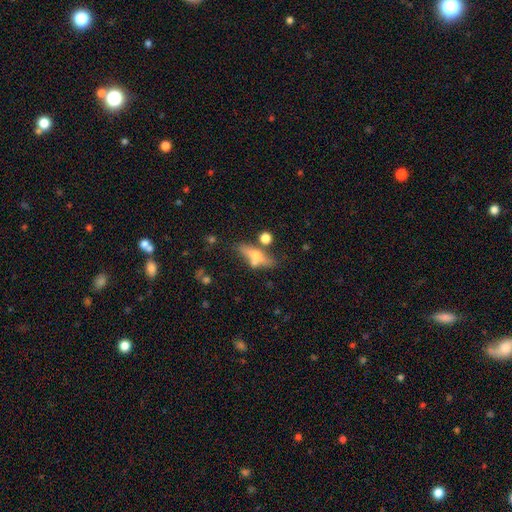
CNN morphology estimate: Smooth or featured? Predicted: smooth (p=0.46). Merging? Predicted: none (p=0.57).